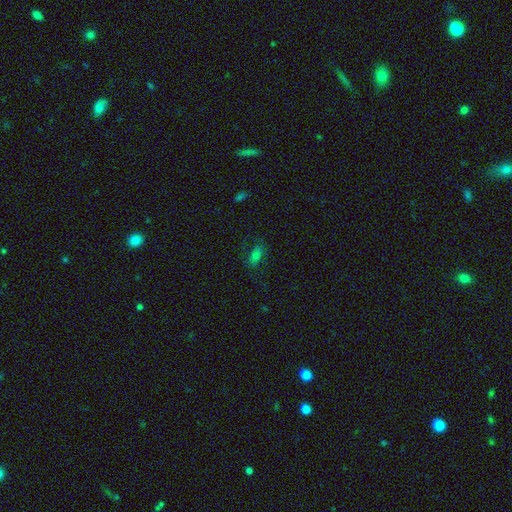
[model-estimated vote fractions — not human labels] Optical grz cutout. It shows a smooth galaxy with no disk features (66%) that is in between round and cigar-shaped (85%). Merging: none (72%).